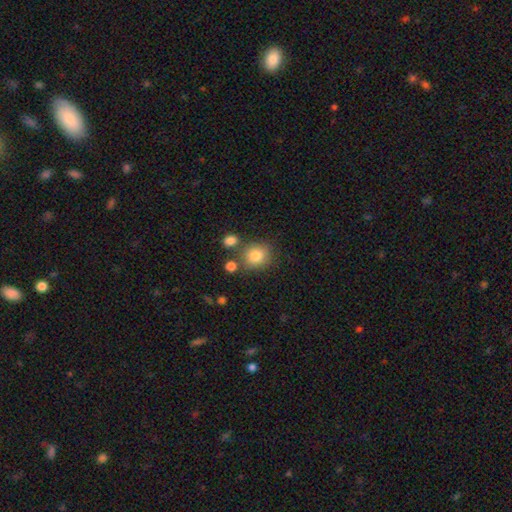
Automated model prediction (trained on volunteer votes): This appears to be a smooth galaxy with no disk features (81%) that is round (79%). Merging: none (73%).